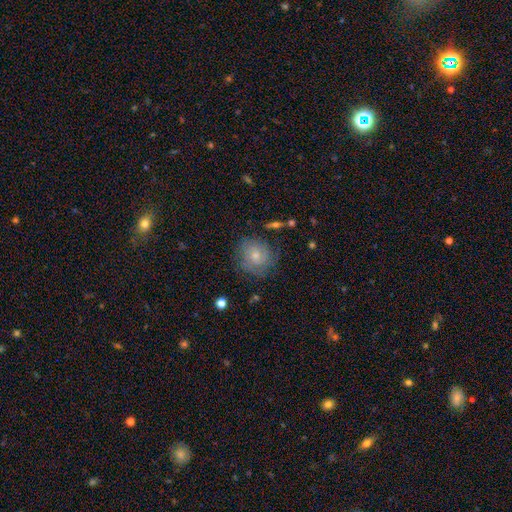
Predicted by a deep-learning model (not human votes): smooth_or_featured: smooth (p=0.48) [alt: featured or disk p=0.43]
merging: none (p=0.69) [alt: minor disturbance p=0.20]